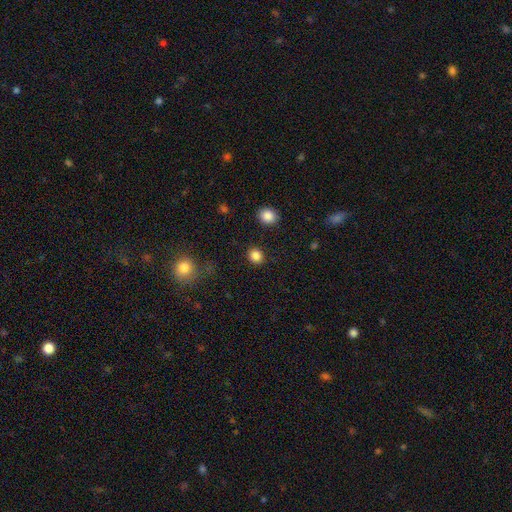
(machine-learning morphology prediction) type=smooth (85%); roundness=round (83%); merging=none (90%).